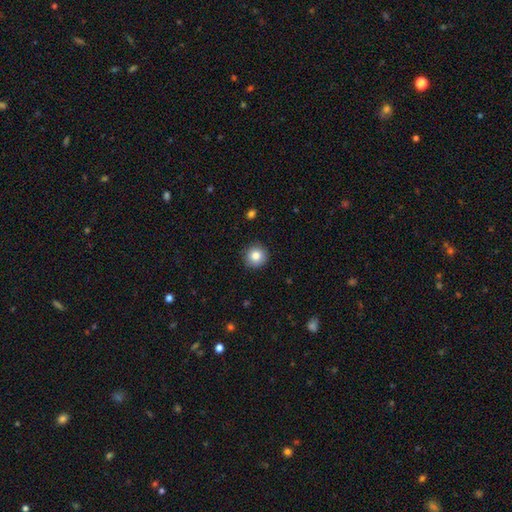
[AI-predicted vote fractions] Morphology: type=smooth (83%); roundness=round (94%); merging=none (91%).